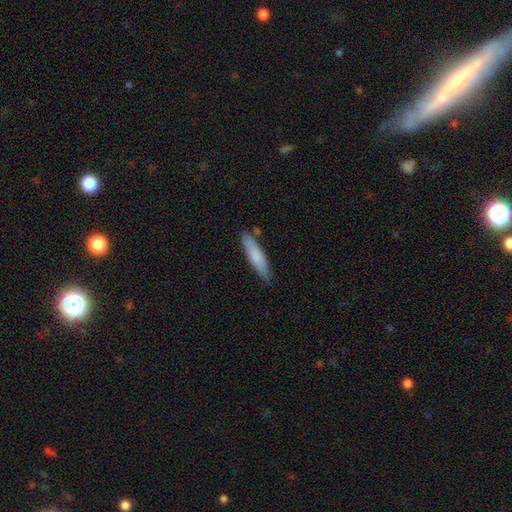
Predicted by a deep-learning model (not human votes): Smooth or featured? Predicted: smooth (p=0.77). How rounded? Predicted: cigar-shaped (p=0.80). Merging? Predicted: none (p=0.81).